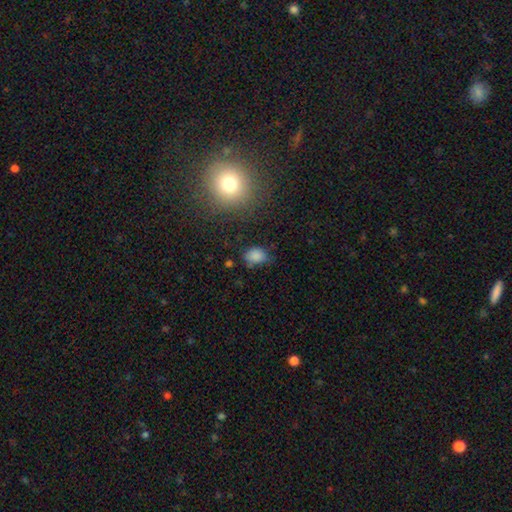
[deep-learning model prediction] Smooth or featured?
  - smooth: 82% *
  - star or artifact: 13%
  - featured or disk: 6%
How rounded?
  - in between: 68% *
  - round: 31%
  - cigar-shaped: 1%
Merging?
  - none: 59% *
  - minor disturbance: 29%
  - major disturbance: 8%
  - merger: 4%